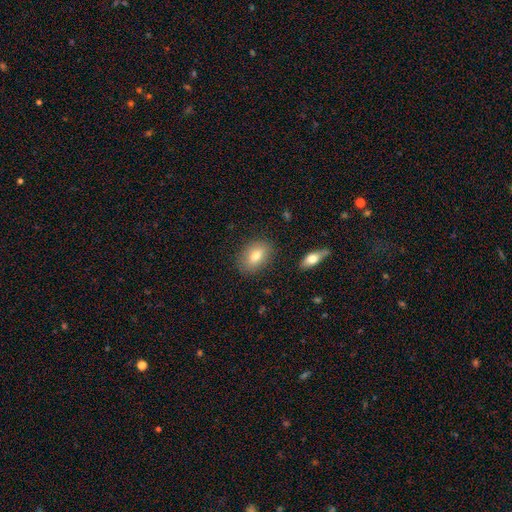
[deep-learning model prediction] Morphology: type=smooth (77%); roundness=in between (84%); merging=none (84%).